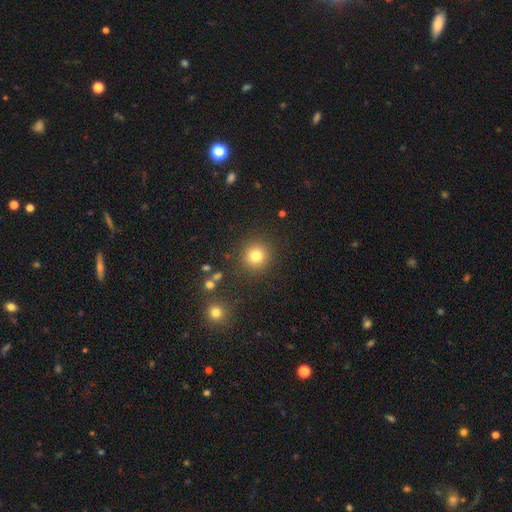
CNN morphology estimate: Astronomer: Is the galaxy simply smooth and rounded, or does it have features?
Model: smooth — 79%.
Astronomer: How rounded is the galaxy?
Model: round — 93%.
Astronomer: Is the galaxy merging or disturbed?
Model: none — 88%.